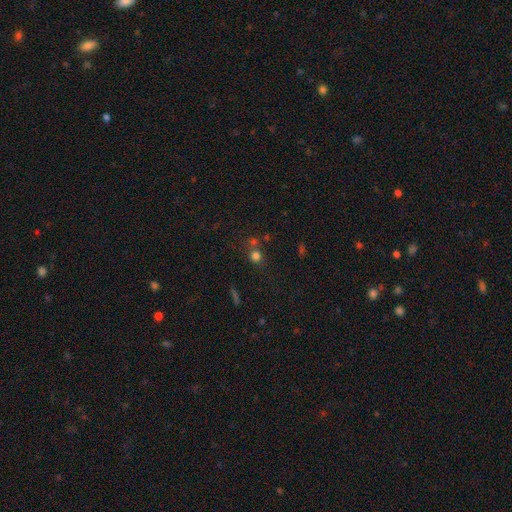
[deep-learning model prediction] This appears to be a smooth galaxy with no disk features (72%) that is round (84%). Merging: none (61%).